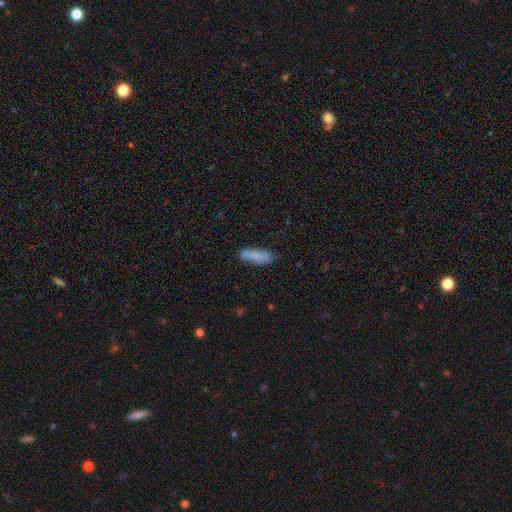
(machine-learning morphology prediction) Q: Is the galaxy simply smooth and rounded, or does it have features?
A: smooth — 82%.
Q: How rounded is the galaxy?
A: in between — 58%.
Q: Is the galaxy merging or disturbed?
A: none — 74%.